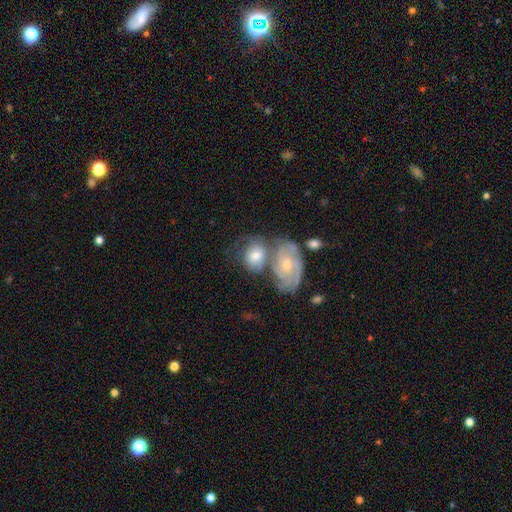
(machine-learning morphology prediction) Smooth or featured? featured or disk (56%)
Edge-on disk? no (96%)
Bar? no (63%)
Spiral arms? yes (86%)
Bulge size? small (53%)
Merging? merger (45%)